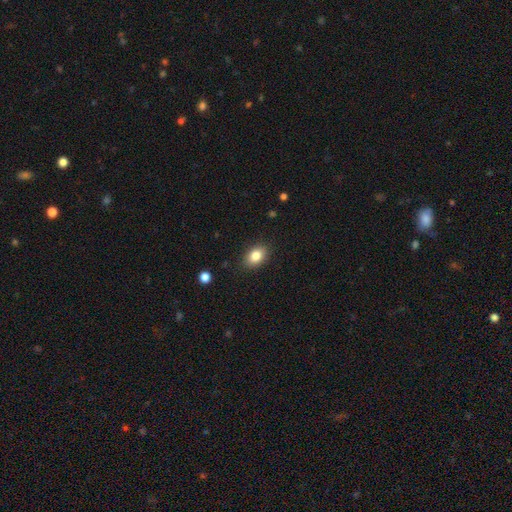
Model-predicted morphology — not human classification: Smooth or featured? smooth (84%)
How rounded? in between (76%)
Merging? none (86%)